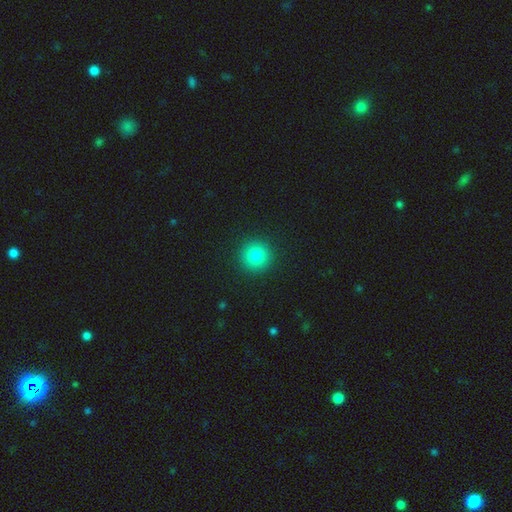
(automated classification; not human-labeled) Q: Smooth or featured?
A: smooth (82%); runner-up: star or artifact (12%)
Q: How rounded?
A: round (95%); runner-up: in between (4%)
Q: Merging?
A: none (92%); runner-up: minor disturbance (5%)